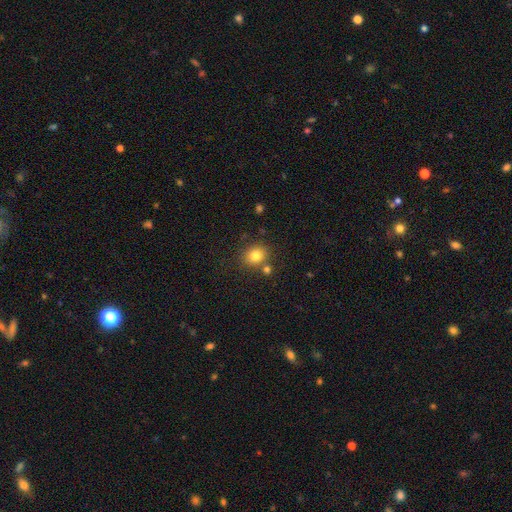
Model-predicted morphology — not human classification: The model was most divided on "how rounded": round: 73%, in between: 26%, cigar-shaped: 1%. More confident: smooth or featured — smooth (80%); merging — none (74%).